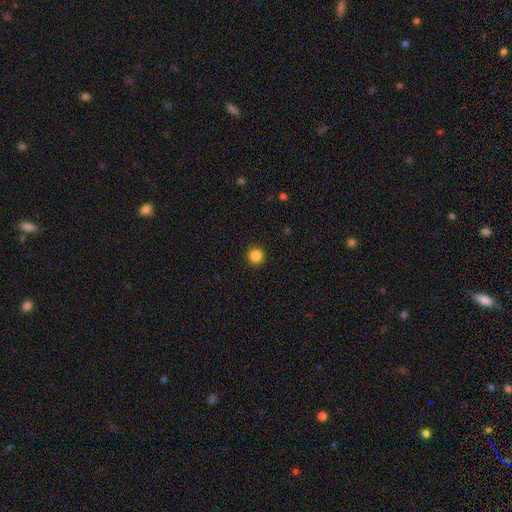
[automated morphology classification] Smooth or featured: smooth — 85% (star or artifact — 11%)
How rounded: round — 95% (in between — 4%)
Merging: none — 93% (minor disturbance — 5%)